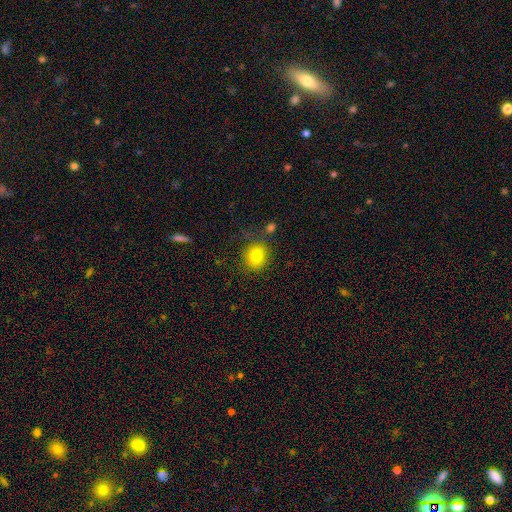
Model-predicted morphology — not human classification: Overall: smooth (80%). How rounded: round (79%). Merging: none (80%).